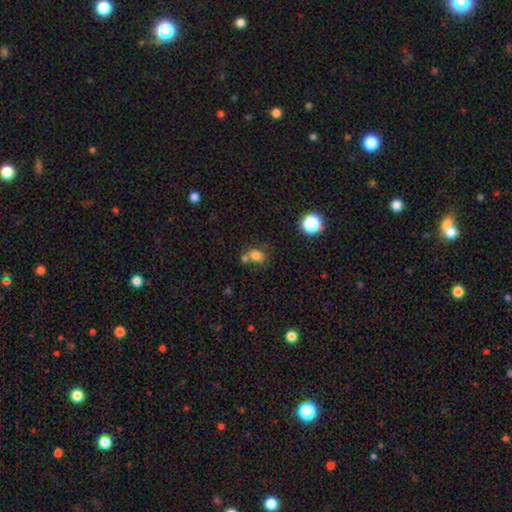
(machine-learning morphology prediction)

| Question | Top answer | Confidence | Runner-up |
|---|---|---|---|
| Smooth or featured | smooth | 78% | star or artifact (15%) |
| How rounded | round | 56% | in between (43%) |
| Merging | none | 51% | merger (31%) |